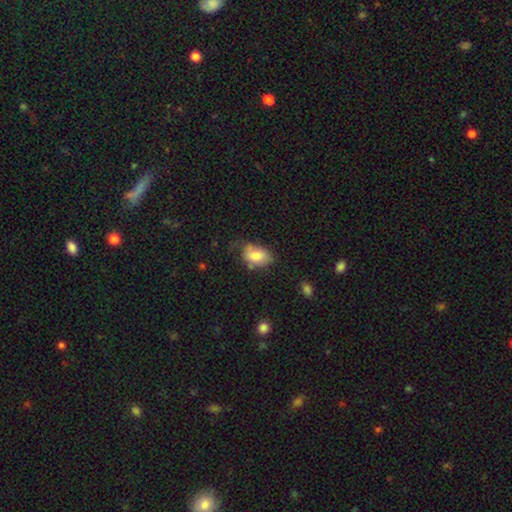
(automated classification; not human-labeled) Morphology: type=smooth (78%); roundness=in between (84%); merging=none (47%).